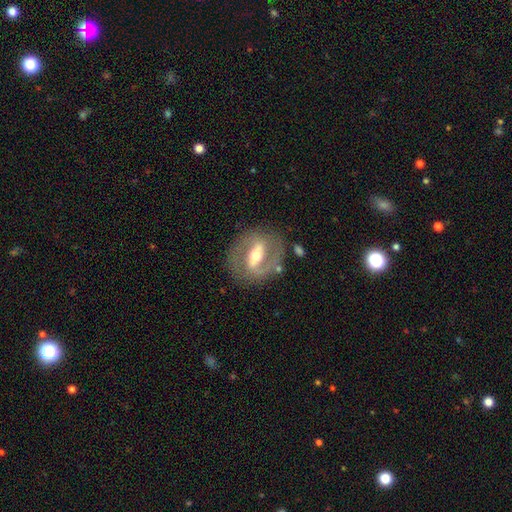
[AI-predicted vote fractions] Smooth or featured? Predicted: featured or disk (p=0.80). Edge-on disk? Predicted: no (p=0.91). Bar? Predicted: strong (p=0.62). Spiral arms? Predicted: yes (p=0.76). Spiral winding? Predicted: medium (p=0.49). Spiral arm count? Predicted: 2 (p=0.83). Bulge size? Predicted: moderate (p=0.64). Merging? Predicted: none (p=0.78).